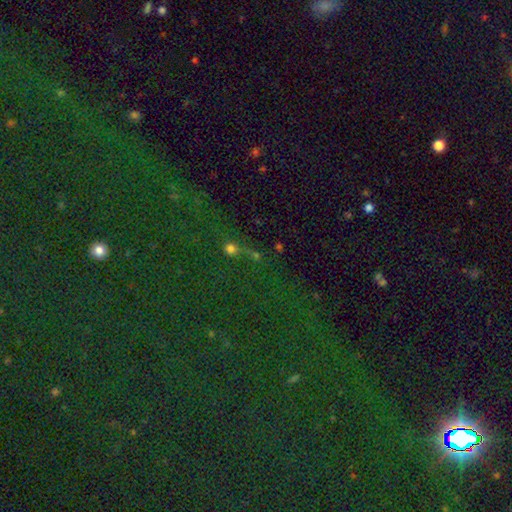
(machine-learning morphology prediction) The model was most divided on "smooth or featured": star or artifact: 59%, smooth: 29%, featured or disk: 12%.